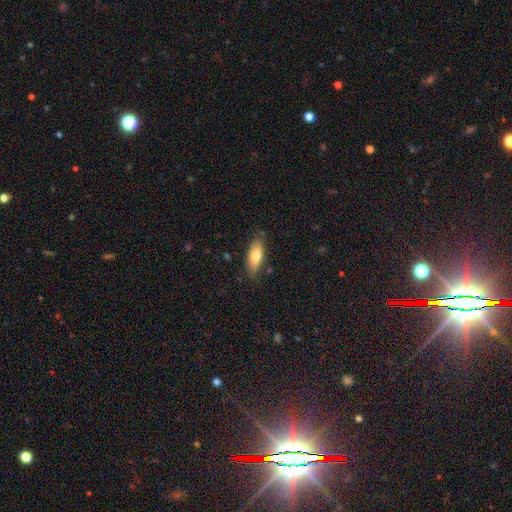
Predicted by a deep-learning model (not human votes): Overall: smooth (71%). How rounded: in between (71%). Merging: none (81%).